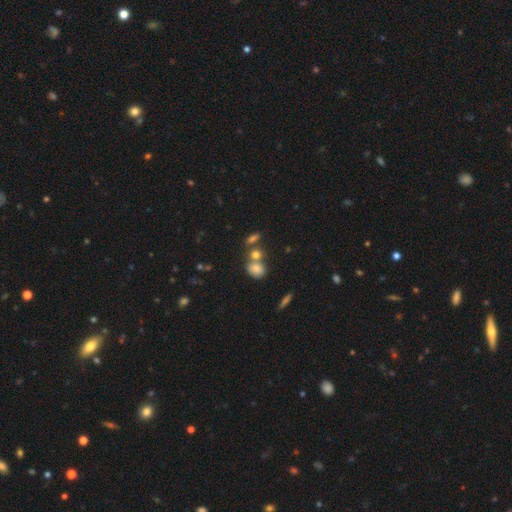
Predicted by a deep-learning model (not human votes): Smooth or featured?
  - smooth: 66% *
  - star or artifact: 20%
  - featured or disk: 14%
How rounded?
  - round: 49% *
  - in between: 47%
  - cigar-shaped: 4%
Merging?
  - none: 48% *
  - merger: 37%
  - minor disturbance: 10%
  - major disturbance: 5%